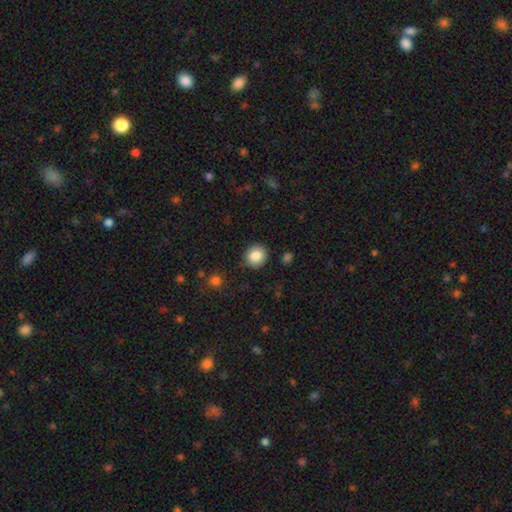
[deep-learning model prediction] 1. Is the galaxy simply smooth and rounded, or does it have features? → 85% smooth, 9% star or artifact, 6% featured or disk.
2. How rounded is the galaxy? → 85% round, 14% in between, 1% cigar-shaped.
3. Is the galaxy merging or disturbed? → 89% none, 7% minor disturbance, 2% major disturbance, 1% merger.